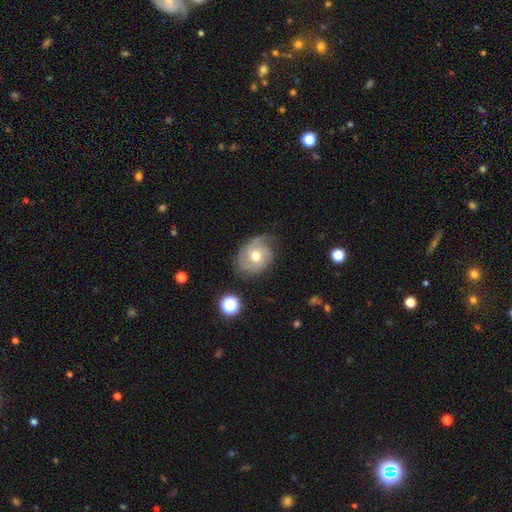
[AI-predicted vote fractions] Q: Smooth or featured?
A: featured or disk (72%); runner-up: smooth (20%)
Q: Edge-on disk?
A: no (97%); runner-up: yes (3%)
Q: Bar?
A: no (76%); runner-up: weak (21%)
Q: Spiral arms?
A: yes (91%); runner-up: no (9%)
Q: Spiral winding?
A: tight (49%); runner-up: medium (36%)
Q: Spiral arm count?
A: 2 (38%); runner-up: can't tell (21%)
Q: Bulge size?
A: moderate (77%); runner-up: small (15%)
Q: Merging?
A: none (63%); runner-up: minor disturbance (24%)